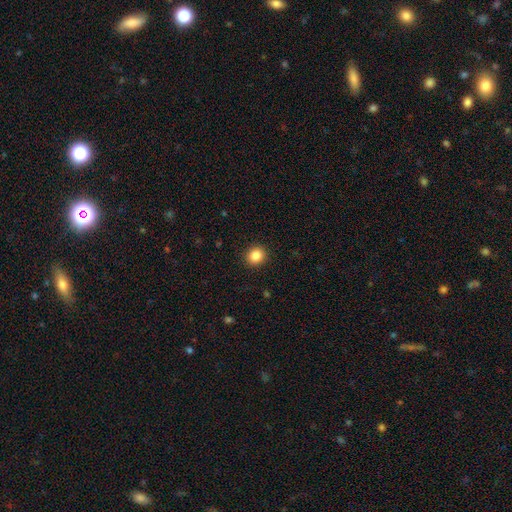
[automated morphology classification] Smooth or featured?
  - smooth: 85% *
  - star or artifact: 10%
  - featured or disk: 4%
How rounded?
  - round: 85% *
  - in between: 14%
  - cigar-shaped: 1%
Merging?
  - none: 92% *
  - minor disturbance: 5%
  - major disturbance: 2%
  - merger: 1%